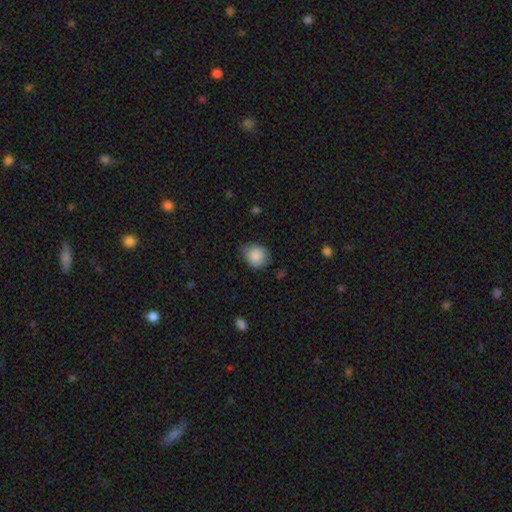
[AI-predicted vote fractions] Morphology: type=smooth (86%); roundness=round (72%); merging=none (66%).